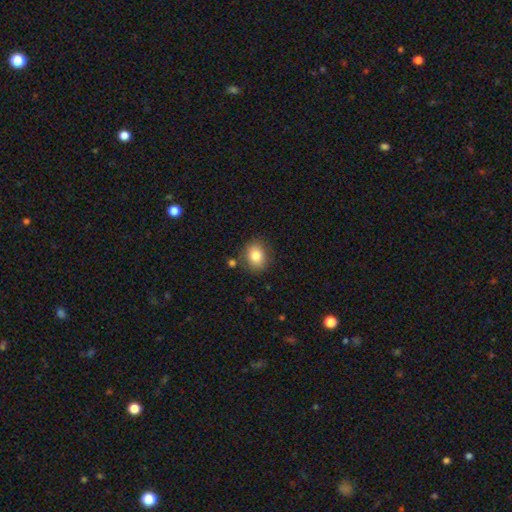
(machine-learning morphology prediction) The model was most divided on "how rounded": round: 60%, in between: 39%, cigar-shaped: 1%. More confident: smooth or featured — smooth (82%); merging — none (81%).